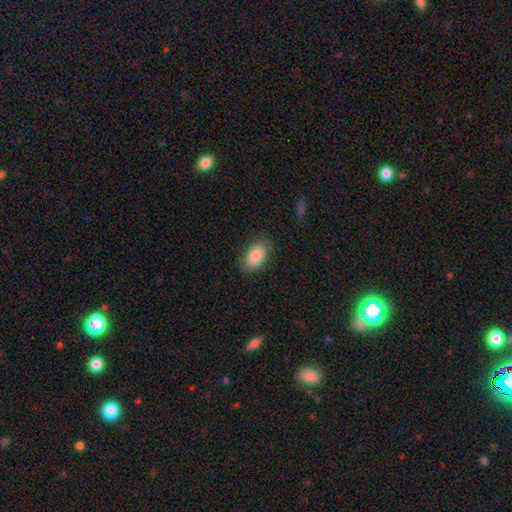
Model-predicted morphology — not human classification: type=smooth (83%); roundness=in between (93%); merging=none (77%).